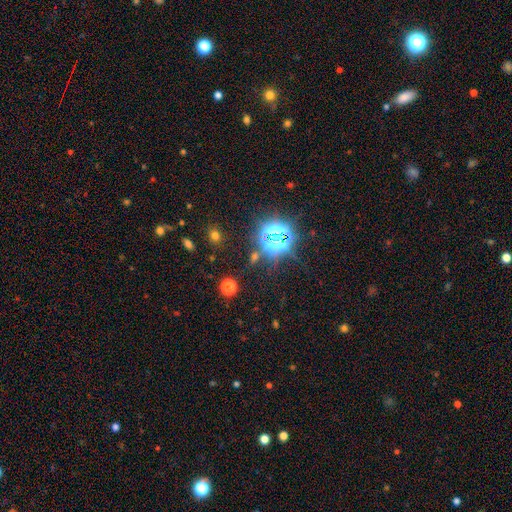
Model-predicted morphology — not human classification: Q: Smooth or featured?
A: star or artifact (77%); runner-up: smooth (15%)